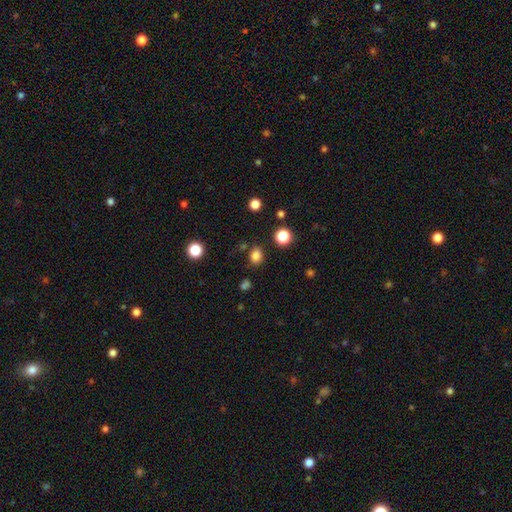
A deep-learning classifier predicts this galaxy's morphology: Overall: smooth (82%). How rounded: round (54%; in between 45%). Merging: none (82%).